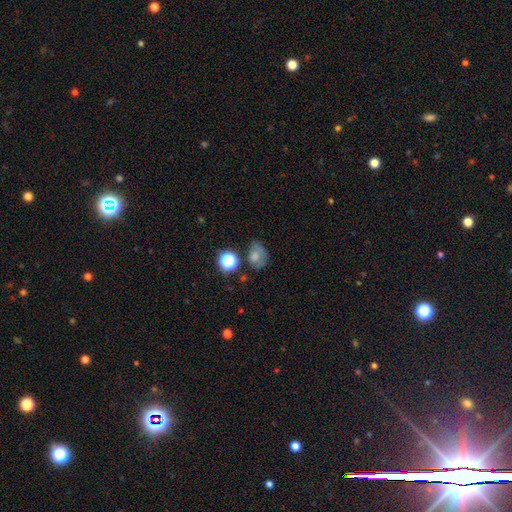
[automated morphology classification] Smooth or featured: smooth — 67% (featured or disk — 17%)
How rounded: in between — 56% (round — 43%)
Merging: none — 41% (minor disturbance — 31%)